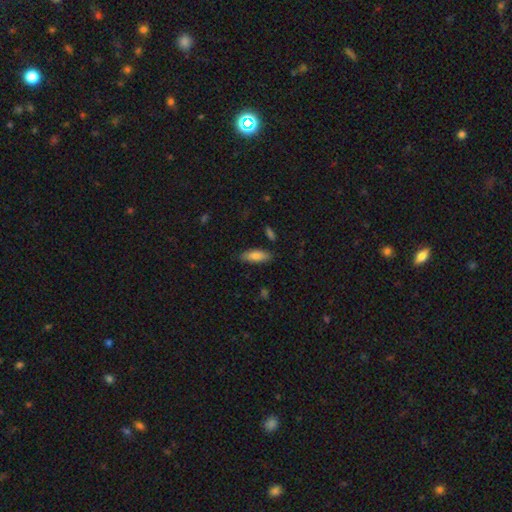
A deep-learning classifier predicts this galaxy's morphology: Smooth or featured: smooth — 82% (featured or disk — 12%)
How rounded: in between — 71% (cigar-shaped — 27%)
Merging: none — 84% (minor disturbance — 12%)